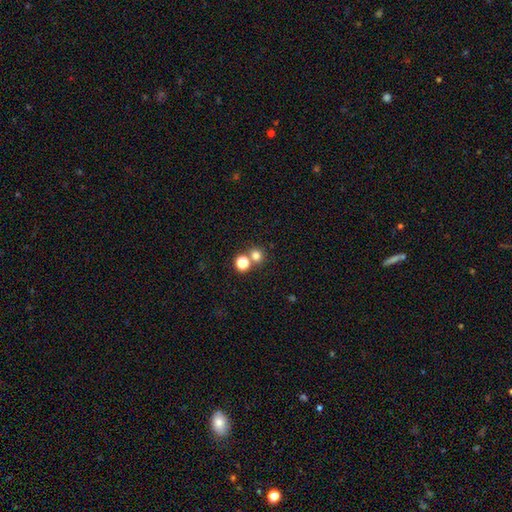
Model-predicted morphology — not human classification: The model was most divided on "merging": none: 62%, merger: 29%, minor disturbance: 6%, major disturbance: 3%. More confident: how rounded — round (88%); smooth or featured — smooth (76%).